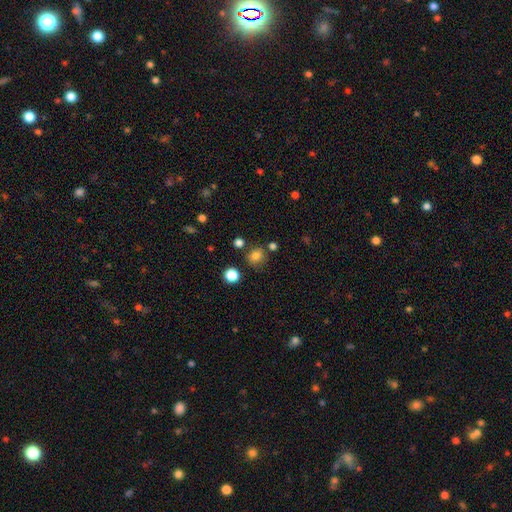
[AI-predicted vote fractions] This is likely a smooth galaxy (80%). How rounded: clearly round (81%). Merging: likely none (78%).